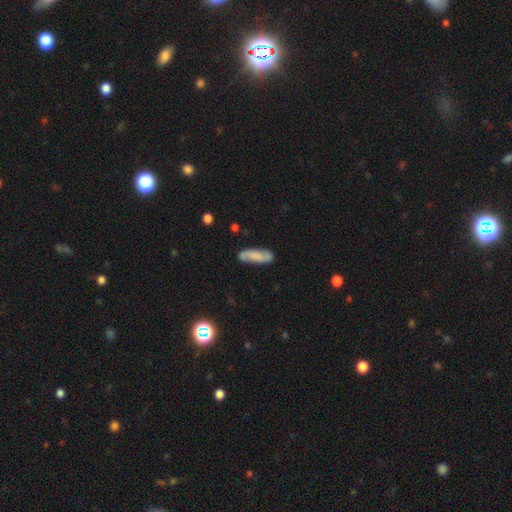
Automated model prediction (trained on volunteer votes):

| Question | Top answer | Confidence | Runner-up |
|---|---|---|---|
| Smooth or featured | smooth | 52% | featured or disk (40%) |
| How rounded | in between | 50% | cigar-shaped (47%) |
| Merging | none | 75% | minor disturbance (17%) |